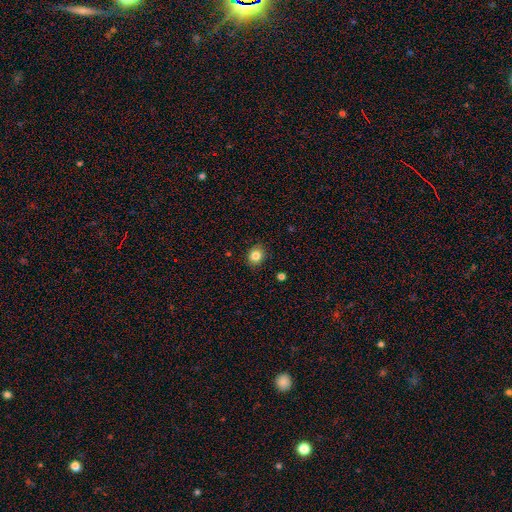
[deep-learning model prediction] Smooth or featured?
  - smooth: 84% *
  - star or artifact: 10%
  - featured or disk: 6%
How rounded?
  - round: 64% *
  - in between: 35%
  - cigar-shaped: 1%
Merging?
  - none: 87% *
  - minor disturbance: 9%
  - major disturbance: 2%
  - merger: 1%